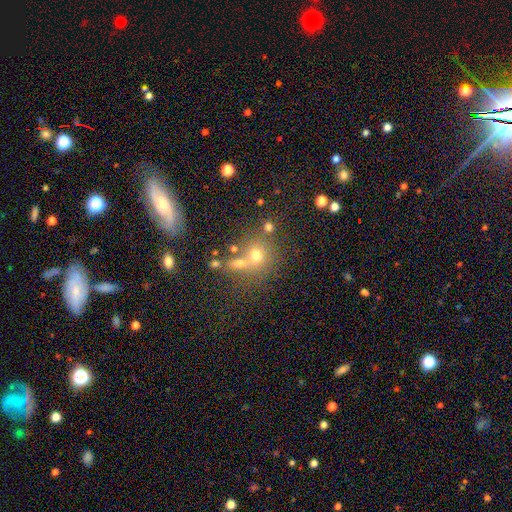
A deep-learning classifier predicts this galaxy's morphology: smooth 55%, star or artifact 26%, featured or disk 19%. Down the decision tree: how rounded — round (78%); merging — none (54%).